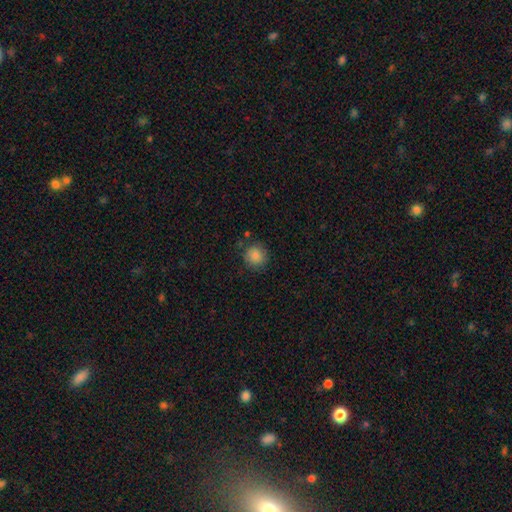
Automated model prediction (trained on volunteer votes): The model was most divided on "merging": none: 84%, minor disturbance: 11%, major disturbance: 3%, merger: 3%. More confident: how rounded — round (89%); smooth or featured — smooth (86%).